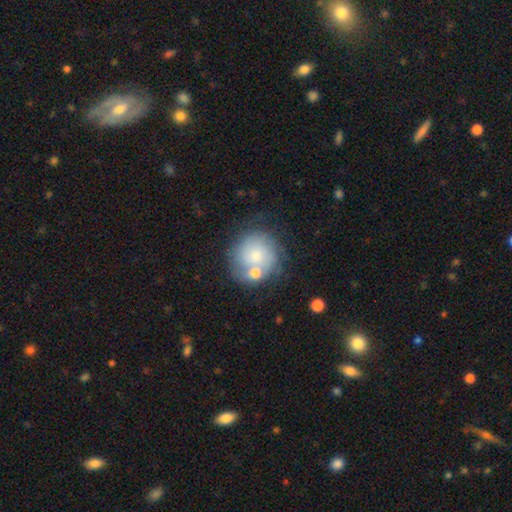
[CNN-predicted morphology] This is possibly a smooth galaxy (55%). How rounded: clearly round (89%). Merging: possibly none (54%).